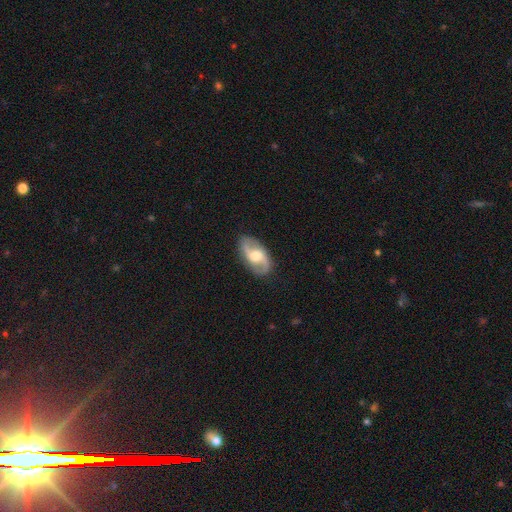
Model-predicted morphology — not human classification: Q: Smooth or featured?
A: featured or disk (80%); runner-up: smooth (14%)
Q: Edge-on disk?
A: no (95%); runner-up: yes (5%)
Q: Bar?
A: weak (46%); runner-up: no (39%)
Q: Spiral arms?
A: yes (93%); runner-up: no (7%)
Q: Spiral winding?
A: medium (44%); runner-up: loose (43%)
Q: Spiral arm count?
A: 2 (92%); runner-up: can't tell (3%)
Q: Bulge size?
A: moderate (57%); runner-up: large (25%)
Q: Merging?
A: none (85%); runner-up: minor disturbance (11%)